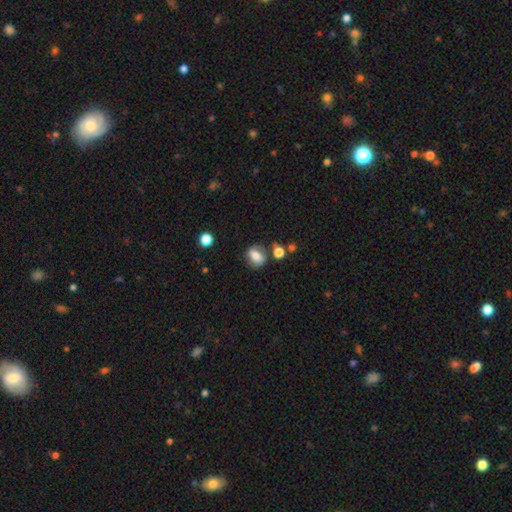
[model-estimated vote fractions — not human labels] Q: Smooth or featured?
A: smooth (74%); runner-up: featured or disk (17%)
Q: How rounded?
A: in between (66%); runner-up: round (30%)
Q: Merging?
A: none (70%); runner-up: minor disturbance (16%)